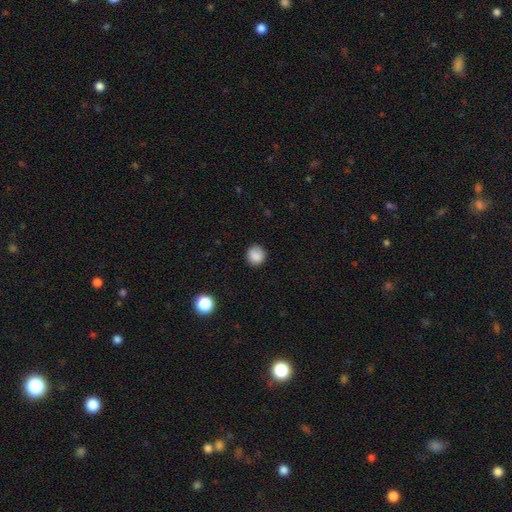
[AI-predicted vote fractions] Smooth or featured? smooth (86%)
How rounded? round (89%)
Merging? none (86%)